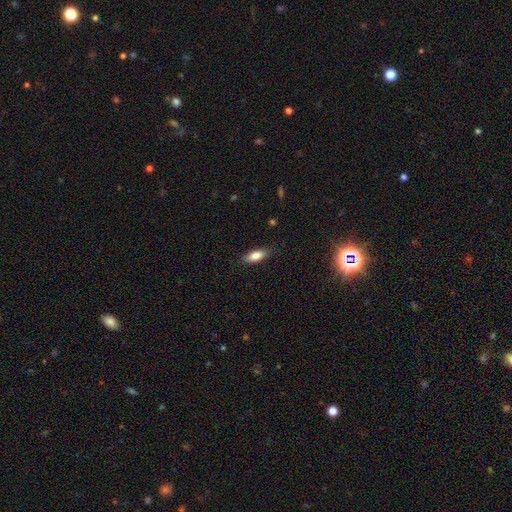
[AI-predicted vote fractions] smooth-or-featured: smooth: 81% | featured or disk: 12% | star or artifact: 7%
  how-rounded: in between: 72% | cigar-shaped: 26% | round: 2%
  merging: none: 84% | minor disturbance: 12% | major disturbance: 3% | merger: 1%